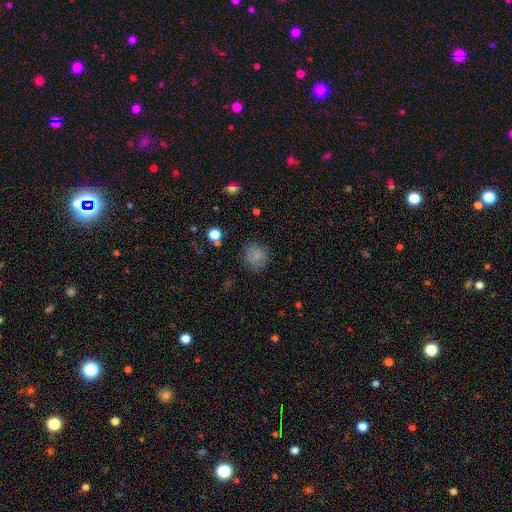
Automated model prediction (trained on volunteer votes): smooth_or_featured: smooth (p=0.80) [alt: star or artifact p=0.11]
how_rounded: round (p=0.85) [alt: in between p=0.14]
merging: none (p=0.80) [alt: minor disturbance p=0.14]